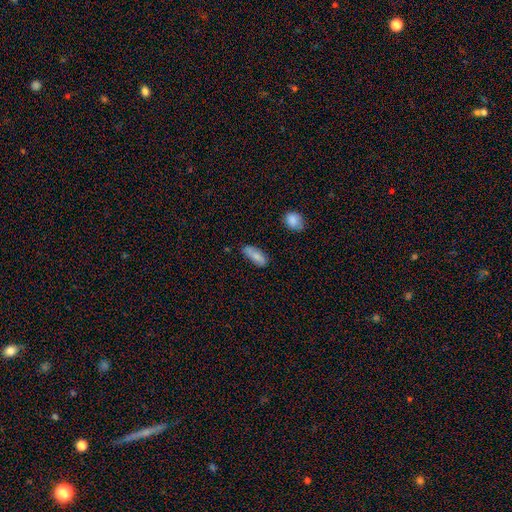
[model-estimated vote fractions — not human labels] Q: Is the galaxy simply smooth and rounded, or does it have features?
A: smooth — 80%.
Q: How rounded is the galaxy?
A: in between — 77%.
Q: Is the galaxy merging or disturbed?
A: none — 63%.